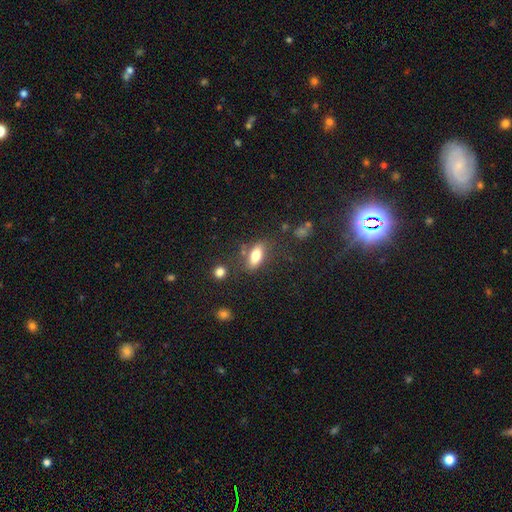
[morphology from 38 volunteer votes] Smooth or featured? smooth (79%)
How rounded? in between (83%)
Merging? none (68%)